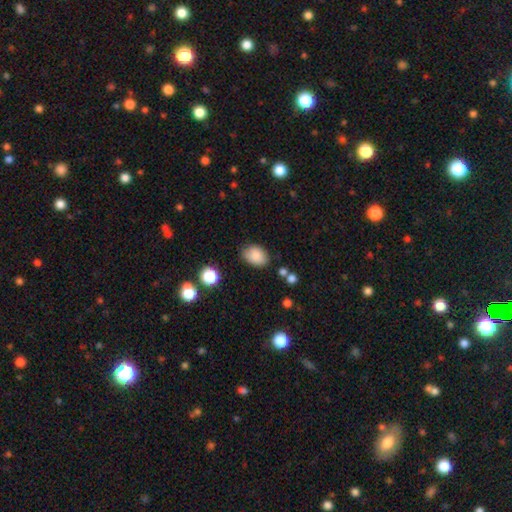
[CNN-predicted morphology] Smooth or featured: smooth — 85% (star or artifact — 9%)
How rounded: in between — 82% (round — 17%)
Merging: none — 74% (minor disturbance — 19%)